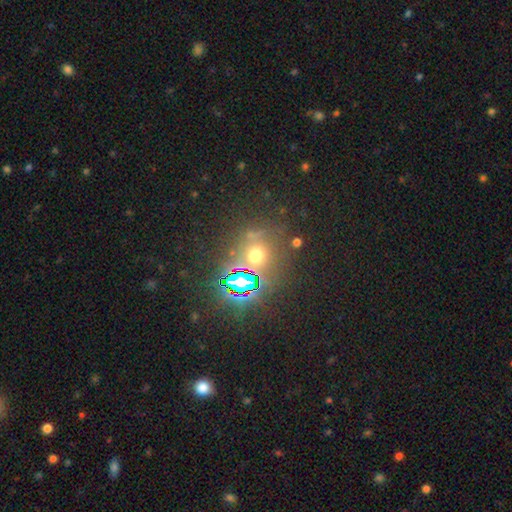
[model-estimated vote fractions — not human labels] A star or artifact, not a galaxy (47%).

Vote fractions:
- Smooth or featured? star or artifact: 47% / smooth: 42% / featured or disk: 11%